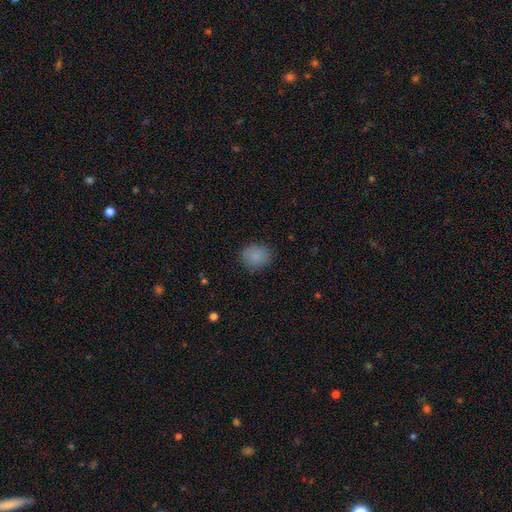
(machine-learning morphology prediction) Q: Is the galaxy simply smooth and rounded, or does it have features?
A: smooth — 86%.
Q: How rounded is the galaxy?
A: round — 70%.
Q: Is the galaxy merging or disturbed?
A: none — 85%.